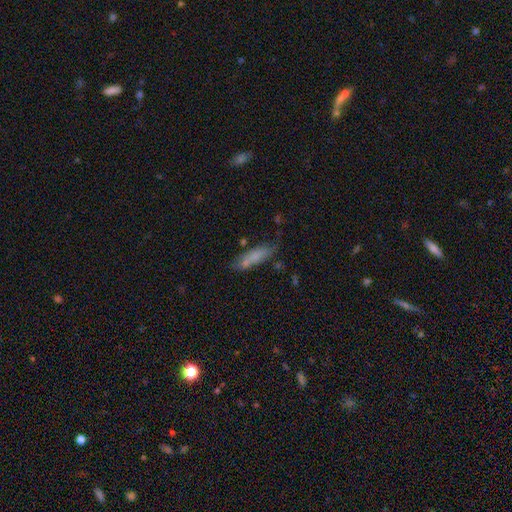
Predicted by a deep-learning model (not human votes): Smooth or featured?
  - smooth: 74% *
  - featured or disk: 19%
  - star or artifact: 8%
How rounded?
  - cigar-shaped: 61% *
  - in between: 37%
  - round: 2%
Merging?
  - none: 57% *
  - minor disturbance: 25%
  - merger: 10%
  - major disturbance: 8%